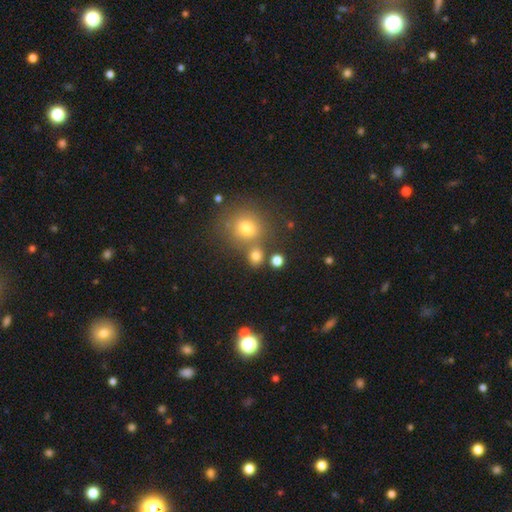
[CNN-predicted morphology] Smooth or featured? Predicted: smooth (p=0.76). How rounded? Predicted: round (p=0.76). Merging? Predicted: none (p=0.67).